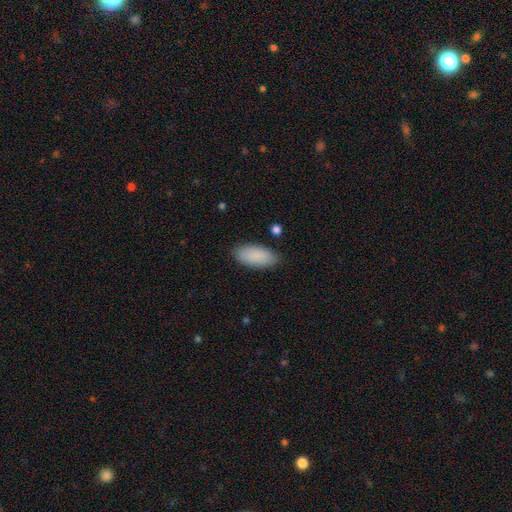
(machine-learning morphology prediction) Q: Smooth or featured?
A: smooth (88%); runner-up: star or artifact (6%)
Q: How rounded?
A: in between (89%); runner-up: cigar-shaped (9%)
Q: Merging?
A: none (85%); runner-up: minor disturbance (11%)